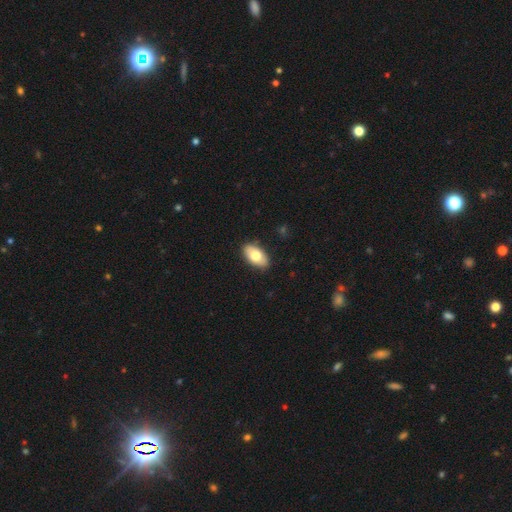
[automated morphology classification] This appears to be a smooth galaxy with no disk features (73%) that is in between round and cigar-shaped (93%). Merging: none (88%).